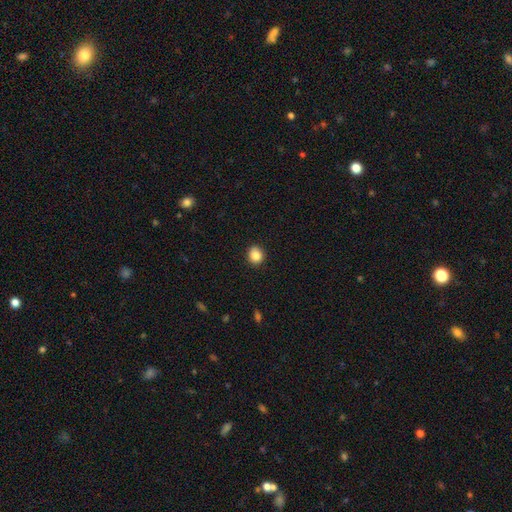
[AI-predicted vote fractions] smooth_or_featured: smooth (p=0.85) [alt: star or artifact p=0.10]
how_rounded: round (p=0.82) [alt: in between p=0.17]
merging: none (p=0.89) [alt: minor disturbance p=0.08]